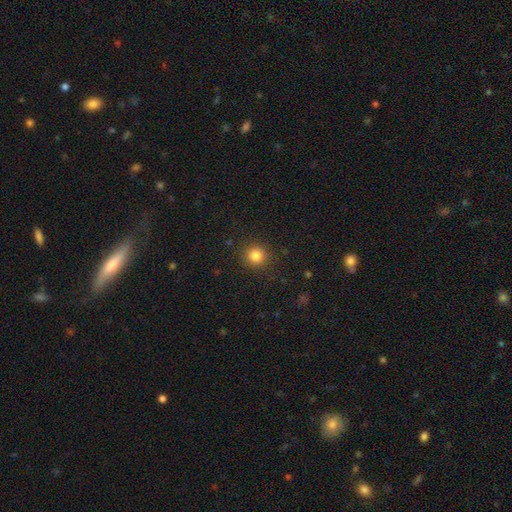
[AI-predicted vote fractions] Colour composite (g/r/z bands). It shows a smooth galaxy with no disk features (83%) that is round (92%). Merging: none (90%).